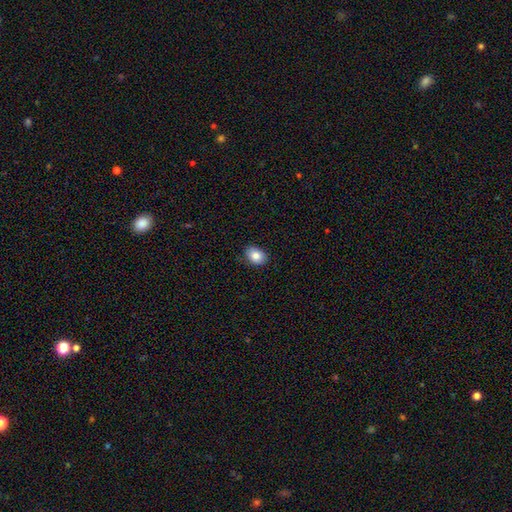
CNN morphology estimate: smooth-or-featured: smooth: 85% | star or artifact: 8% | featured or disk: 7%
  how-rounded: in between: 71% | round: 28% | cigar-shaped: 1%
  merging: none: 86% | minor disturbance: 11% | major disturbance: 2% | merger: 1%